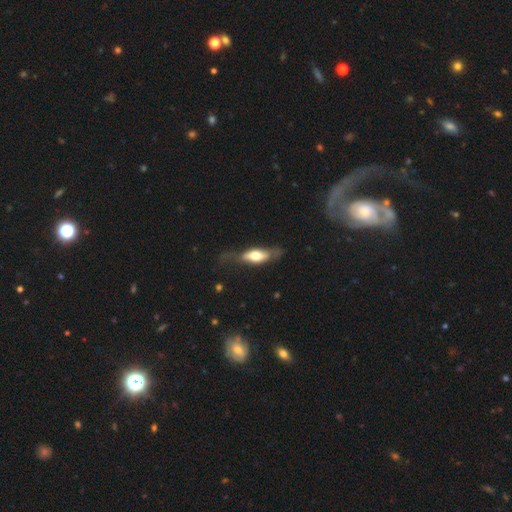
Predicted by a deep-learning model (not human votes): A smooth galaxy with no disk features (47%, tied with featured or disk). Merging: none (52%).